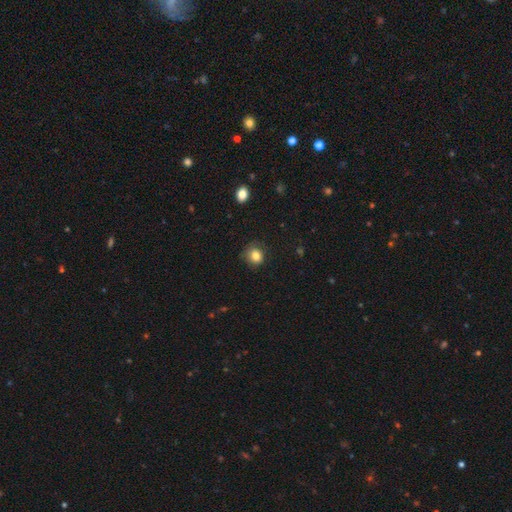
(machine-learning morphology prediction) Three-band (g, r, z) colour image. It shows a smooth galaxy with no disk features (82%) that is round (74%). Merging: none (72%).